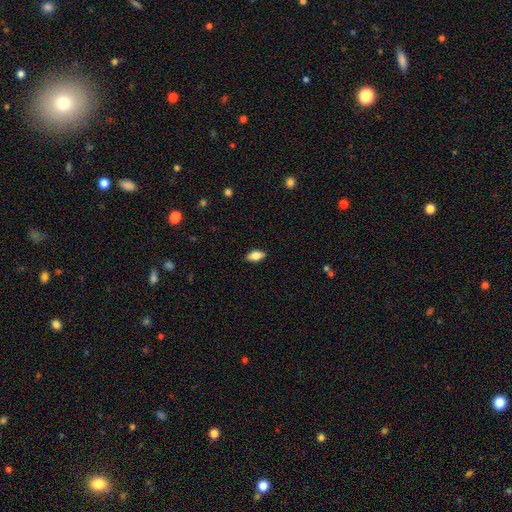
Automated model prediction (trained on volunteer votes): Overall: smooth (78%). How rounded: in between (88%). Merging: none (88%).